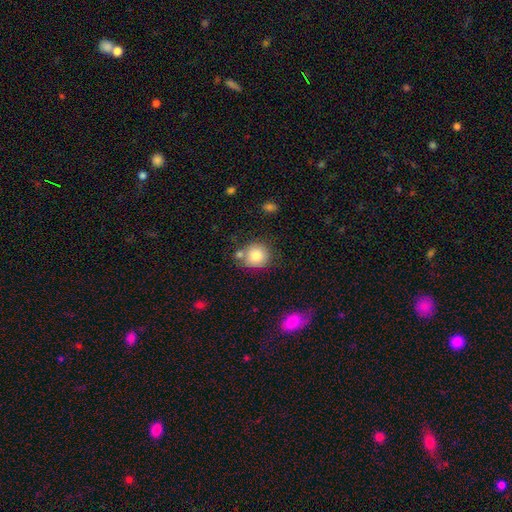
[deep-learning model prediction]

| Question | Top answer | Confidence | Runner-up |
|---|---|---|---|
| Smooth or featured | smooth | 81% | featured or disk (10%) |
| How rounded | round | 87% | in between (12%) |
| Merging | none | 63% | merger (17%) |